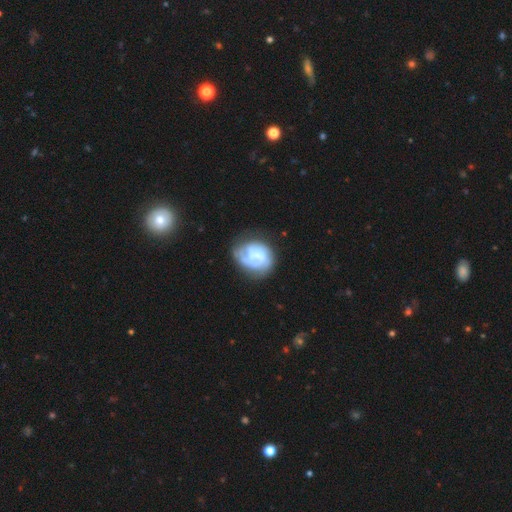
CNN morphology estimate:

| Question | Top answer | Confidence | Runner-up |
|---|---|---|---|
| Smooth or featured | featured or disk | 63% | smooth (29%) |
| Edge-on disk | no | 98% | yes (2%) |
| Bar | no | 62% | weak (28%) |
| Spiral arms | yes | 65% | no (35%) |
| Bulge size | none | 48% | small (26%) |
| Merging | none | 50% | minor disturbance (25%) |